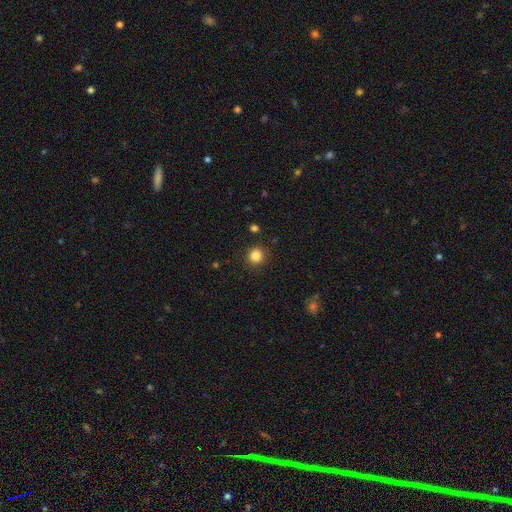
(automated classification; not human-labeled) Q: Smooth or featured?
A: smooth (85%); runner-up: star or artifact (12%)
Q: How rounded?
A: round (92%); runner-up: in between (7%)
Q: Merging?
A: none (90%); runner-up: minor disturbance (6%)